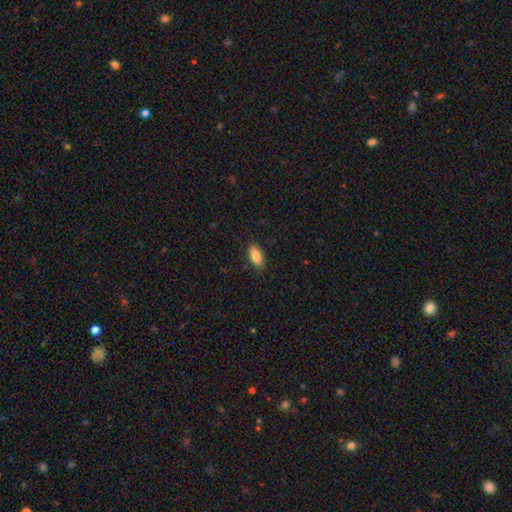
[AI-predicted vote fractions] Smooth or featured? Predicted: smooth (p=0.83). How rounded? Predicted: in between (p=0.87). Merging? Predicted: none (p=0.88).